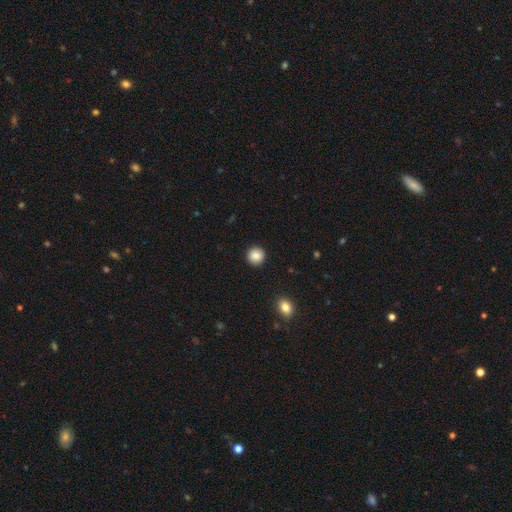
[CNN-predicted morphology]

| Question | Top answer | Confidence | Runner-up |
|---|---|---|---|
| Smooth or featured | smooth | 87% | star or artifact (9%) |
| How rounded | round | 94% | in between (5%) |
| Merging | none | 93% | minor disturbance (5%) |